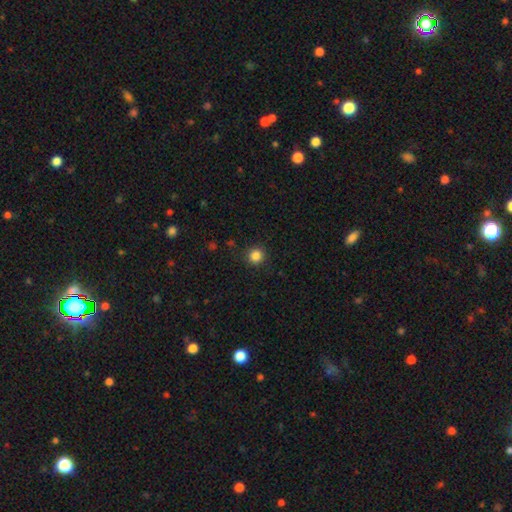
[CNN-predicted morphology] Q: Smooth or featured?
A: smooth (85%); runner-up: star or artifact (12%)
Q: How rounded?
A: round (93%); runner-up: in between (6%)
Q: Merging?
A: none (90%); runner-up: minor disturbance (7%)